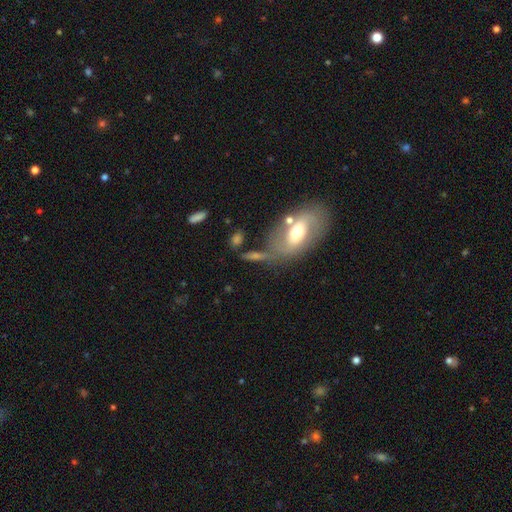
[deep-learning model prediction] This is possibly a smooth galaxy (45%). Merging: possibly none (52%).